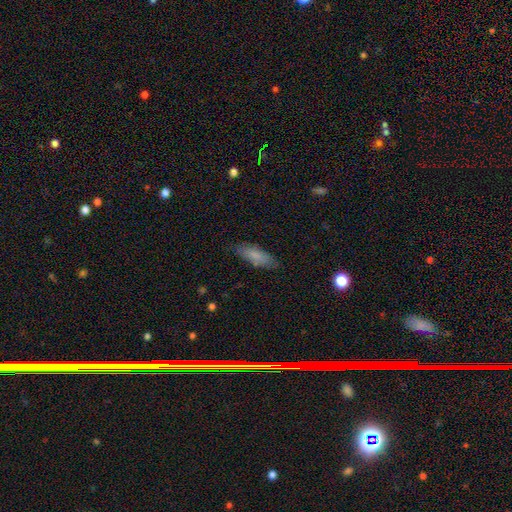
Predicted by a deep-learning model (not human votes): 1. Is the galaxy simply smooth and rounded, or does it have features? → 81% smooth, 12% featured or disk, 7% star or artifact.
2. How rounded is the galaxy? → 54% in between, 44% cigar-shaped, 2% round.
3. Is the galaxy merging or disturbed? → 81% none, 14% minor disturbance, 3% major disturbance, 2% merger.